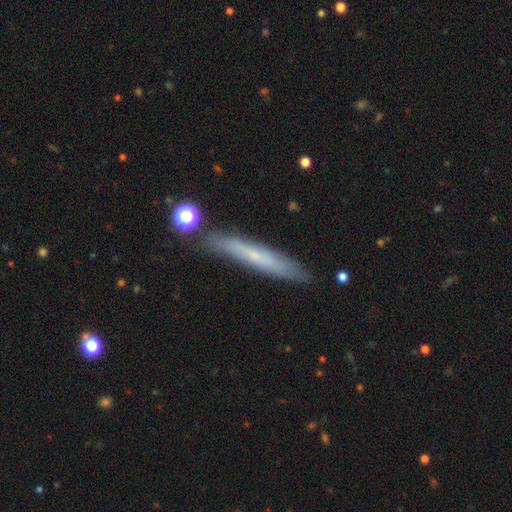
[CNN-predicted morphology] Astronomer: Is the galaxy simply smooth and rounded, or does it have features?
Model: smooth — 48% (runner-up: featured or disk, 44%).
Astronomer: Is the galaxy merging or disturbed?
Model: none — 83%.